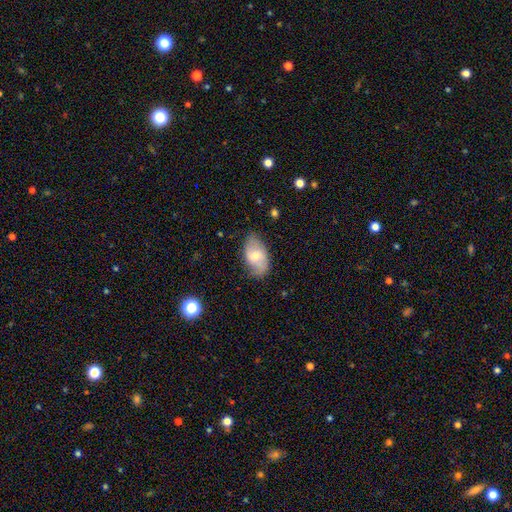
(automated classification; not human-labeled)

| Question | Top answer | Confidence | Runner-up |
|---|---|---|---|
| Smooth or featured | smooth | 53% | featured or disk (40%) |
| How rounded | in between | 92% | round (6%) |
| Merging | none | 73% | minor disturbance (21%) |